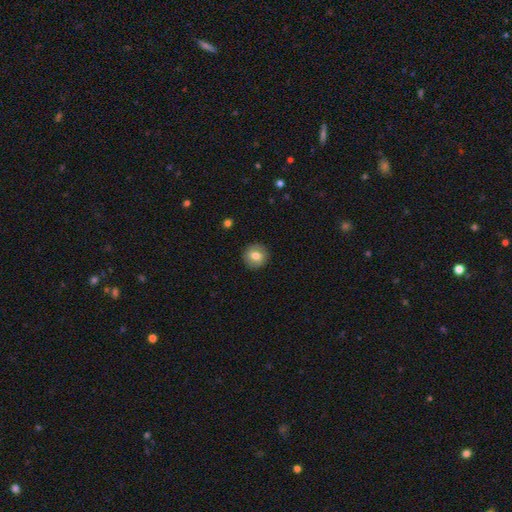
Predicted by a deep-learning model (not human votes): smooth_or_featured: smooth (p=0.74) [alt: featured or disk p=0.17]
how_rounded: round (p=0.90) [alt: in between p=0.09]
merging: none (p=0.89) [alt: minor disturbance p=0.08]